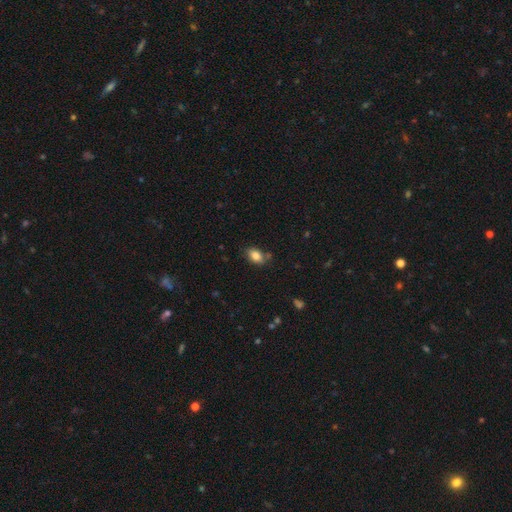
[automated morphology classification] Overall: smooth (84%). How rounded: in between (87%). Merging: none (75%).